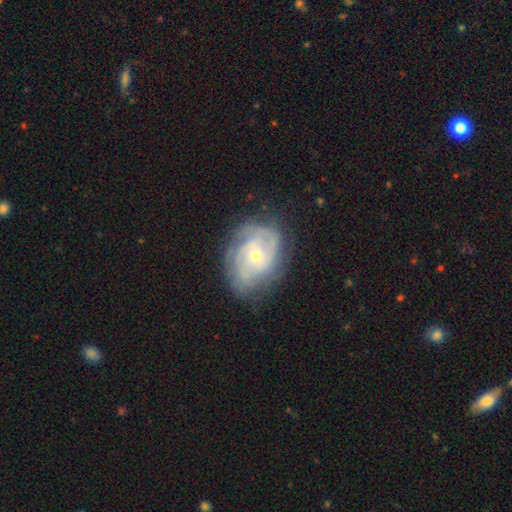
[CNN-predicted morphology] This is clearly a featured or disk galaxy (81%). It is clearly not viewed edge-on (97%). Bar: likely no (69%). Spiral arm pattern: clearly yes (93%). Spiral arm count: marginally can't tell (30%). Spiral winding: possibly tight (56%). Central bulge: likely small (63%). Merging: likely none (70%).